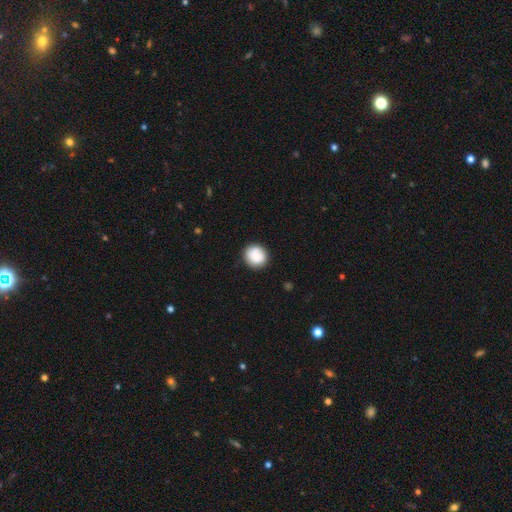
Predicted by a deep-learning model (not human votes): Q: Smooth or featured?
A: smooth (87%); runner-up: star or artifact (7%)
Q: How rounded?
A: round (86%); runner-up: in between (13%)
Q: Merging?
A: none (86%); runner-up: minor disturbance (10%)